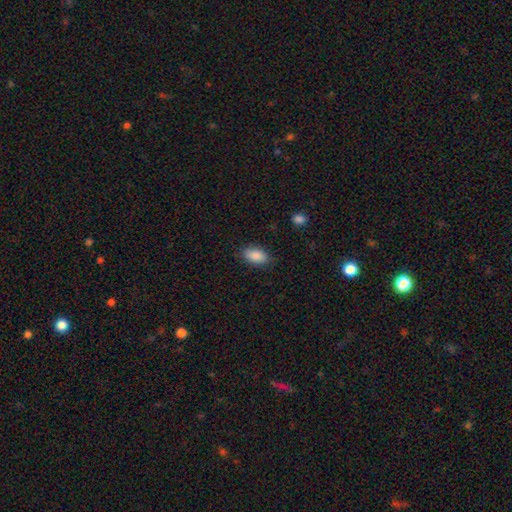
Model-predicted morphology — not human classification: A smooth galaxy with no disk features (88%) that is in between round and cigar-shaped (92%).

Vote fractions:
- Smooth or featured? smooth: 88% / star or artifact: 7% / featured or disk: 5%
- How rounded? in between: 92% / round: 5% / cigar-shaped: 4%
- Merging? none: 84% / minor disturbance: 12% / major disturbance: 3% / merger: 1%